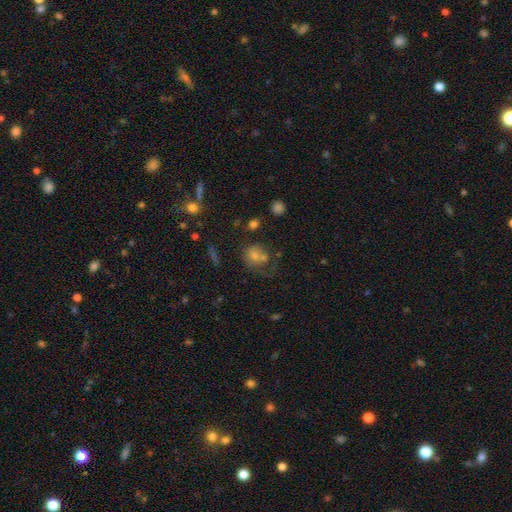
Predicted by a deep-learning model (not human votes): smooth_or_featured: smooth (p=0.68) [alt: featured or disk p=0.18]
how_rounded: round (p=0.66) [alt: in between p=0.33]
merging: none (p=0.38) [alt: merger p=0.24]